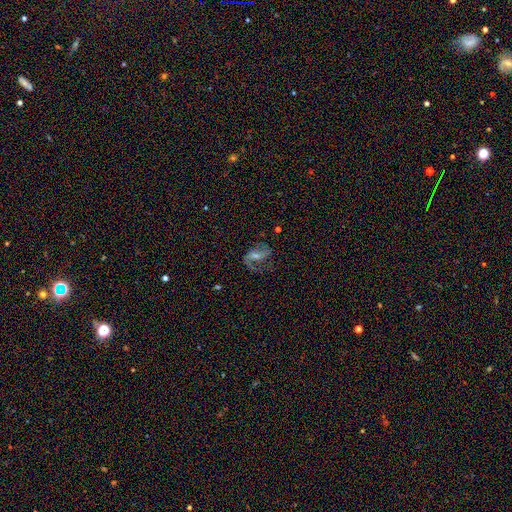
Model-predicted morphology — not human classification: This appears to be a featured or disk galaxy (74%) with a weak bar (43%), 2 (81%) loose (44%) spiral arms (91%) and a moderate central bulge (44%, tied with small). Merging: none (63%).